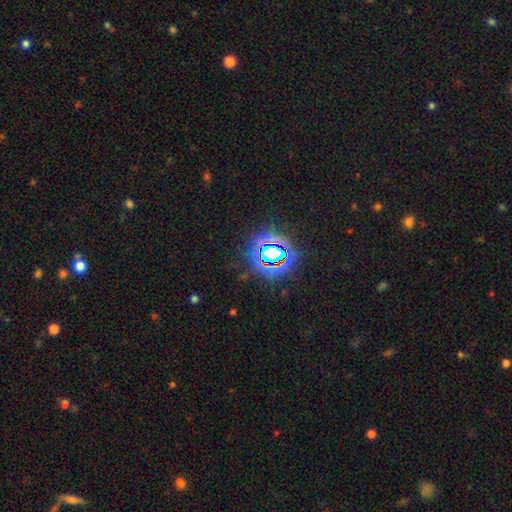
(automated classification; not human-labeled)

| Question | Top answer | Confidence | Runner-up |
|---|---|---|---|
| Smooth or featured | star or artifact | 80% | smooth (13%) |